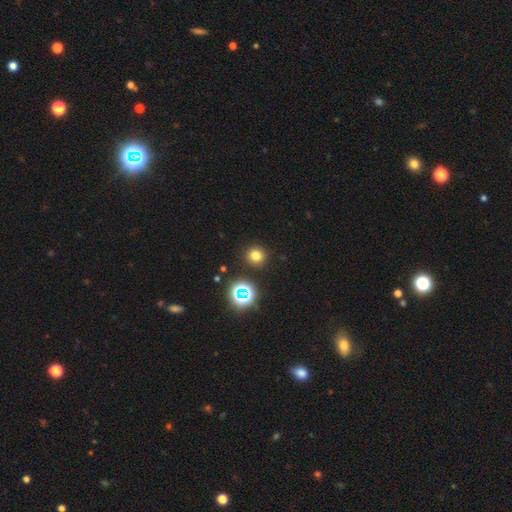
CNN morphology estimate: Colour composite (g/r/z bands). It shows a smooth galaxy with no disk features (72%) that is round (91%). Merging: none (90%).